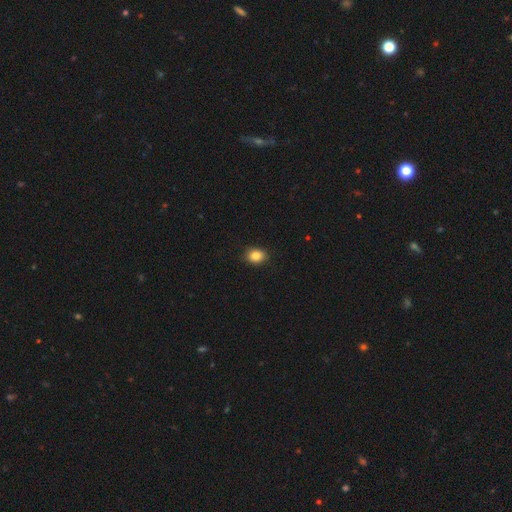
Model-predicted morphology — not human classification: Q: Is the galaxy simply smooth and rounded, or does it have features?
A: smooth — 86%.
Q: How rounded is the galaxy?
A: in between — 56%.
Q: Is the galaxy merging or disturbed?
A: none — 88%.